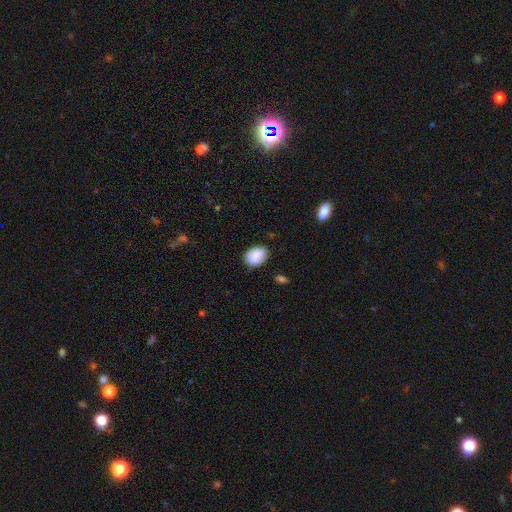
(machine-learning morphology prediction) Q: Smooth or featured?
A: smooth (80%); runner-up: featured or disk (12%)
Q: How rounded?
A: in between (70%); runner-up: round (29%)
Q: Merging?
A: none (75%); runner-up: minor disturbance (19%)